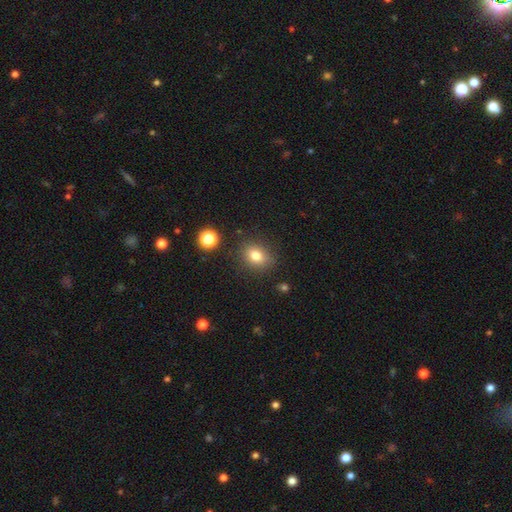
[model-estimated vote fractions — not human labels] Overall: smooth (79%). How rounded: round (49%, tied with in between). Merging: none (83%).